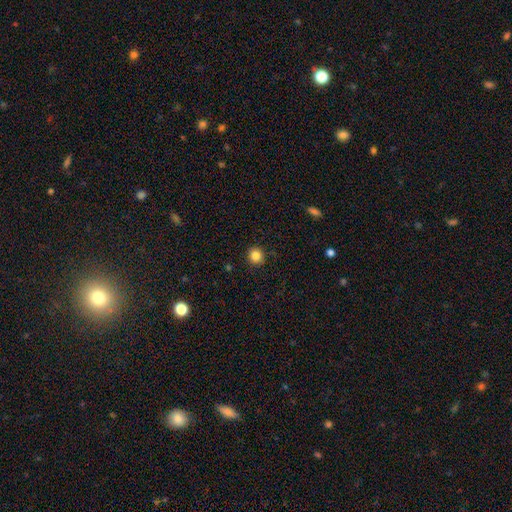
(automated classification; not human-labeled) Smooth or featured?
  - smooth: 85% *
  - star or artifact: 11%
  - featured or disk: 4%
How rounded?
  - round: 91% *
  - in between: 8%
  - cigar-shaped: 1%
Merging?
  - none: 90% *
  - minor disturbance: 7%
  - major disturbance: 2%
  - merger: 1%